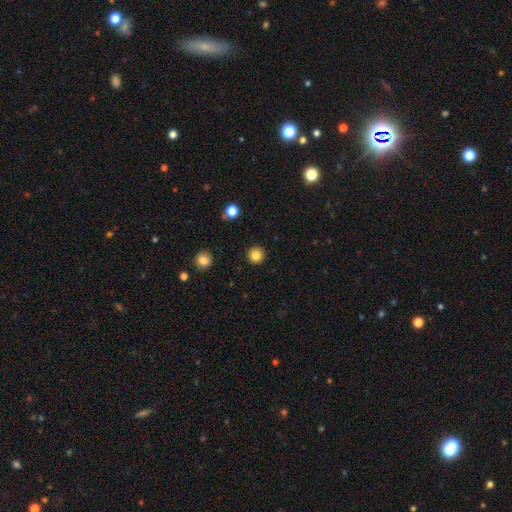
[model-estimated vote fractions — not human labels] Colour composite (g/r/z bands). It shows a smooth galaxy with no disk features (83%) that is round (95%). Merging: none (92%).